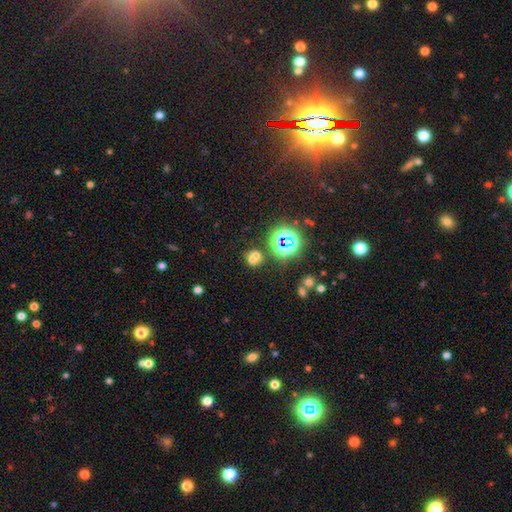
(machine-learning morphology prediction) Q: Smooth or featured?
A: smooth (53%); runner-up: star or artifact (34%)
Q: How rounded?
A: round (75%); runner-up: in between (24%)
Q: Merging?
A: none (47%); runner-up: merger (40%)